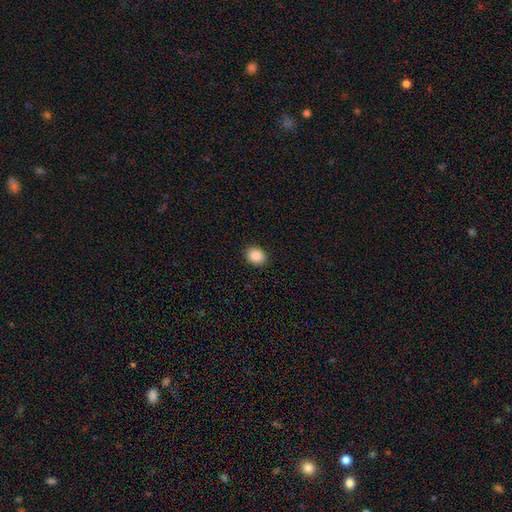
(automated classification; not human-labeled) A smooth galaxy with no disk features (88%) that is round (50%). Merging: none (91%).